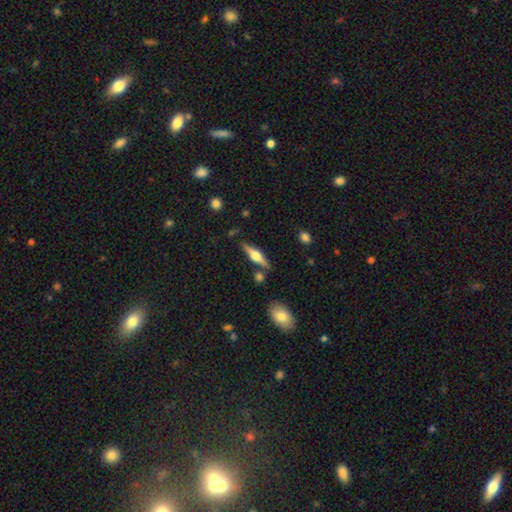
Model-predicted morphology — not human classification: smooth_or_featured: featured or disk (p=0.65) [alt: smooth p=0.29]
disk_edge_on: yes (p=0.96) [alt: no p=0.04]
edge_on_bulge: rounded (p=0.91) [alt: boxy p=0.07]
merging: none (p=0.81) [alt: minor disturbance p=0.11]